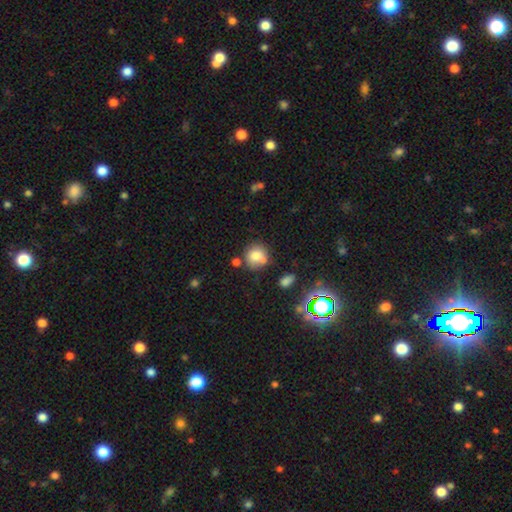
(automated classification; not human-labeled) Morphology: type=smooth (76%); roundness=round (81%); merging=none (57%).